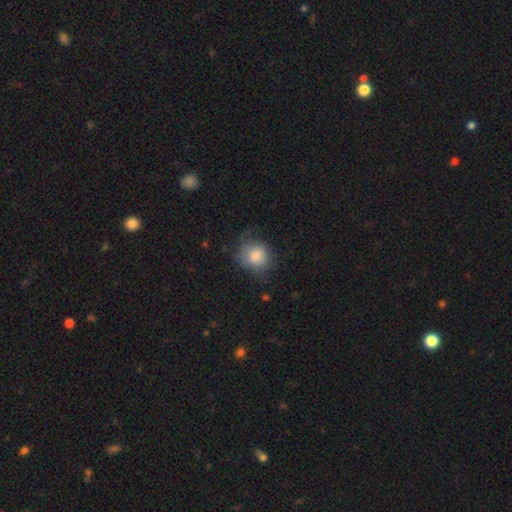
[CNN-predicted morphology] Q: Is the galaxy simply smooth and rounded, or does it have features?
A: smooth — 82%.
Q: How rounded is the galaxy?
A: round — 76%.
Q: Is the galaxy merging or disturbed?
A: none — 59%.